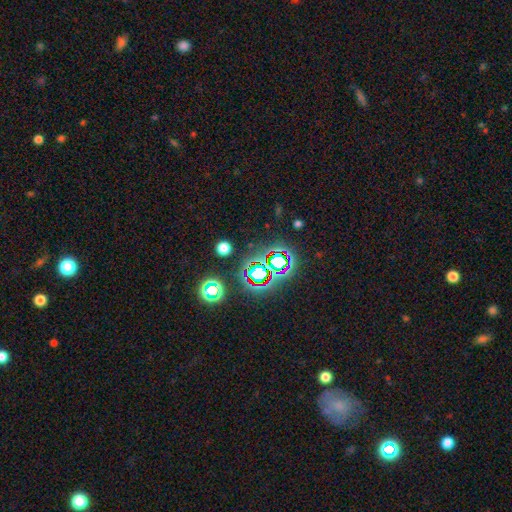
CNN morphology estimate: Smooth or featured? star or artifact (73%)